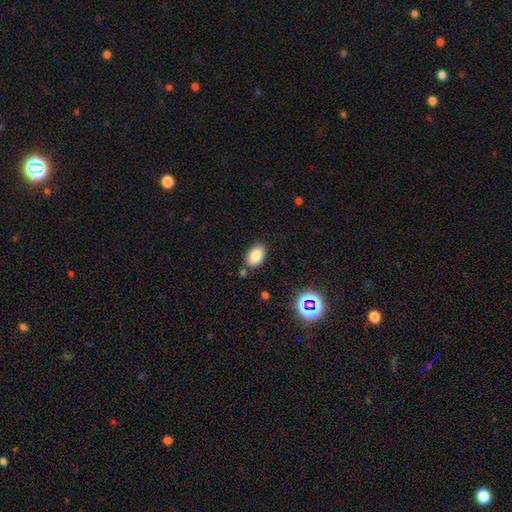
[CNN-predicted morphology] smooth-or-featured: smooth: 83% | star or artifact: 10% | featured or disk: 7%
  how-rounded: in between: 88% | round: 11% | cigar-shaped: 1%
  merging: none: 80% | minor disturbance: 13% | merger: 5% | major disturbance: 3%